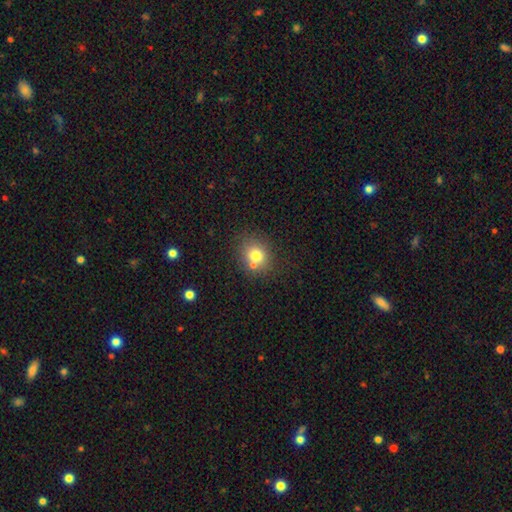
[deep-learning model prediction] A smooth galaxy with no disk features (75%) that is round (74%). Merging: none (64%).